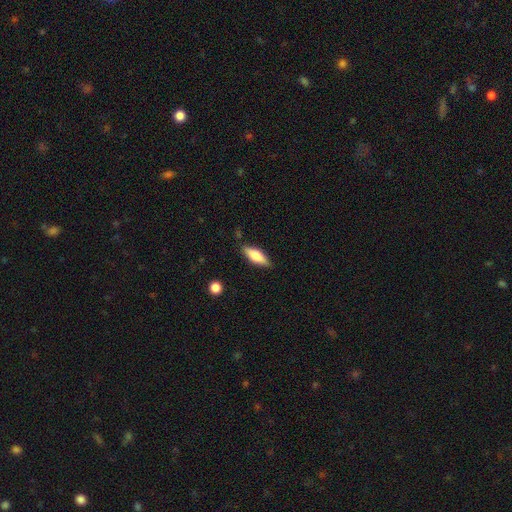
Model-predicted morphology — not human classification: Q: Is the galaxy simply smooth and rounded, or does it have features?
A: smooth — 66%.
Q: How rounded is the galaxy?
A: in between — 59%.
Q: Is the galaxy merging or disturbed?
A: none — 84%.